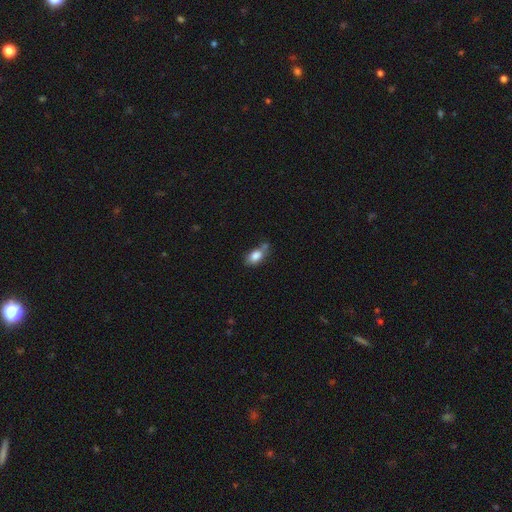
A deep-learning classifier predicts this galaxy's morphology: A smooth galaxy with no disk features (83%) that is in between round and cigar-shaped (86%). Merging: none (48%).